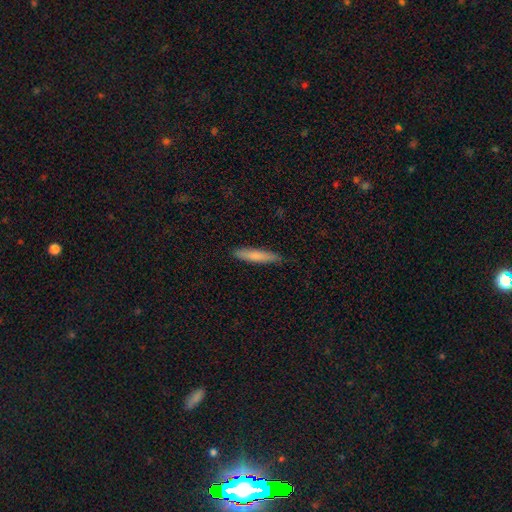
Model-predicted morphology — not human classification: type=smooth (78%); roundness=cigar-shaped (89%); merging=none (87%).